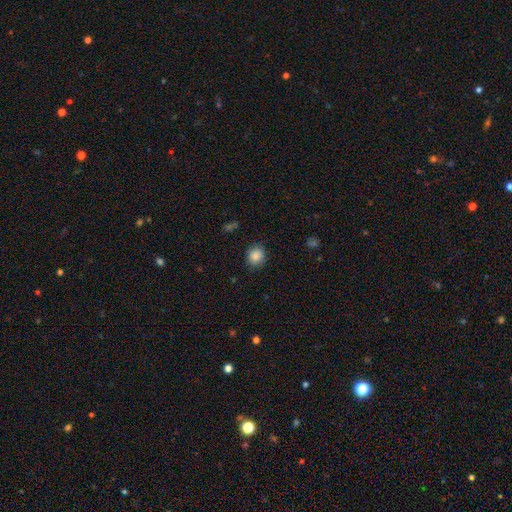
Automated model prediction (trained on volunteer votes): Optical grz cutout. It shows a smooth galaxy with no disk features (87%) that is round (84%). Merging: none (87%).